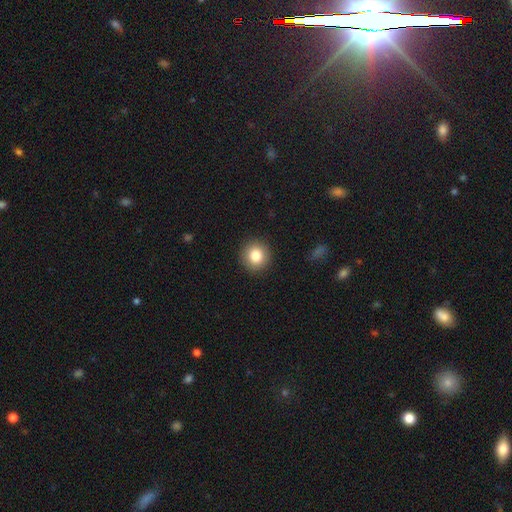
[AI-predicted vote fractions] Morphology: type=smooth (83%); roundness=round (92%); merging=none (91%).